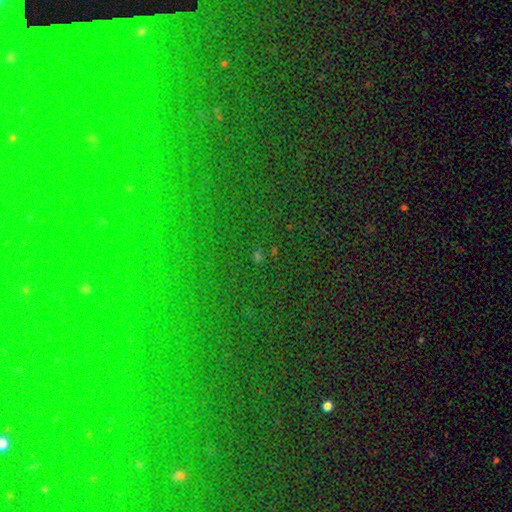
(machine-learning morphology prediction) Q: Smooth or featured?
A: star or artifact (79%); runner-up: smooth (13%)